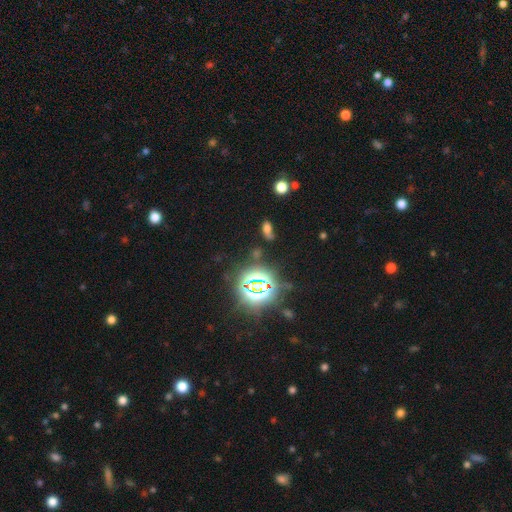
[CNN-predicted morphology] smooth-or-featured: star or artifact: 70% | smooth: 20% | featured or disk: 11%